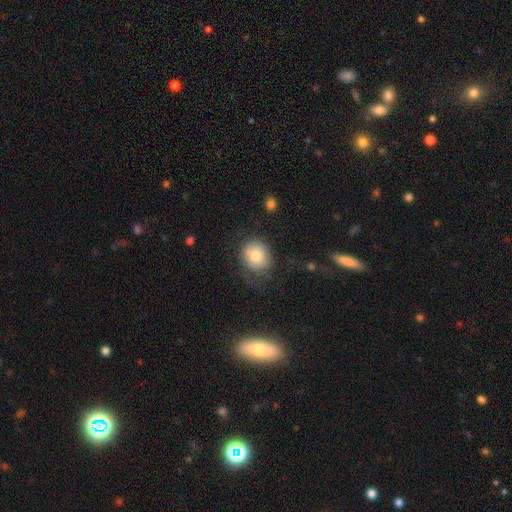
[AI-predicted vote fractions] Smooth or featured?
  - smooth: 70% *
  - featured or disk: 22%
  - star or artifact: 8%
How rounded?
  - round: 73% *
  - in between: 27%
  - cigar-shaped: 1%
Merging?
  - none: 58% *
  - minor disturbance: 20%
  - major disturbance: 19%
  - merger: 2%